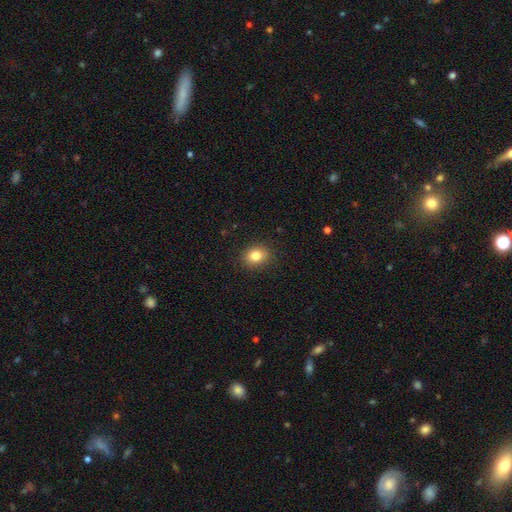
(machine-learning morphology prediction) smooth-or-featured: smooth: 82% | star or artifact: 11% | featured or disk: 7%
  how-rounded: round: 59% | in between: 40% | cigar-shaped: 1%
  merging: none: 89% | minor disturbance: 8% | major disturbance: 2% | merger: 1%